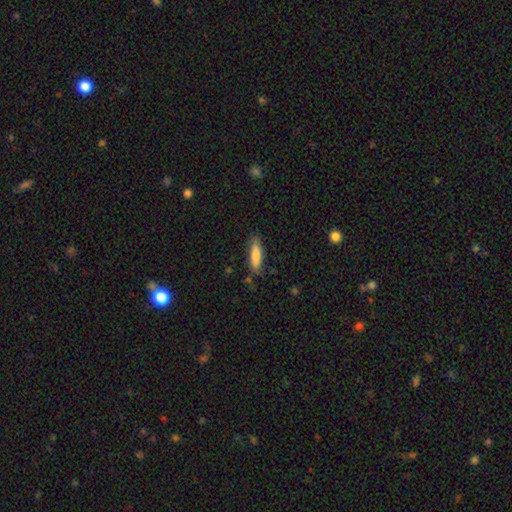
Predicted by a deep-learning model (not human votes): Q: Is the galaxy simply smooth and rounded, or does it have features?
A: smooth — 82%.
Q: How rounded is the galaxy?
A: cigar-shaped — 52%.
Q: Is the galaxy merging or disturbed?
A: none — 74%.